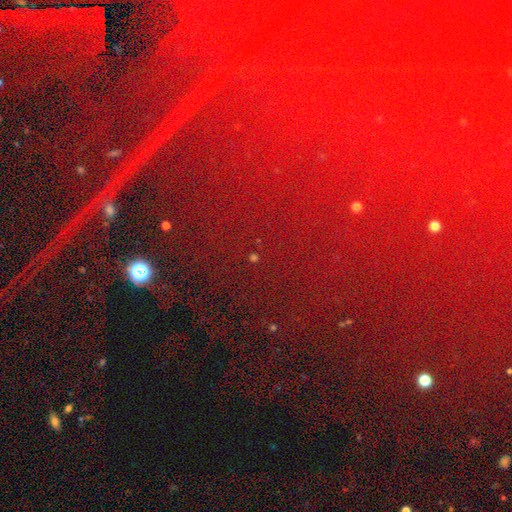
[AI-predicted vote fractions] Smooth or featured: star or artifact — 85% (smooth — 8%)